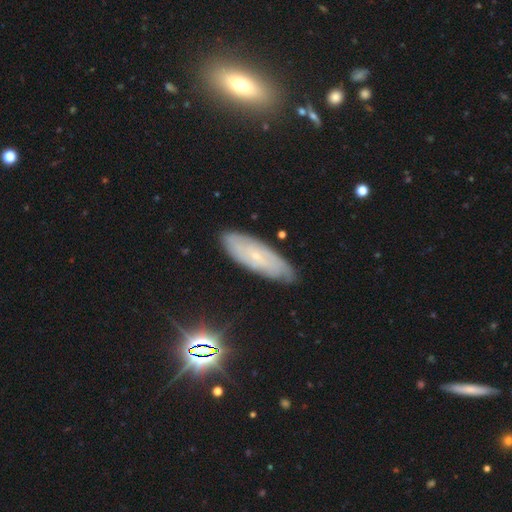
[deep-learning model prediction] This appears to be a featured or disk galaxy (59%). Merging: none (82%).